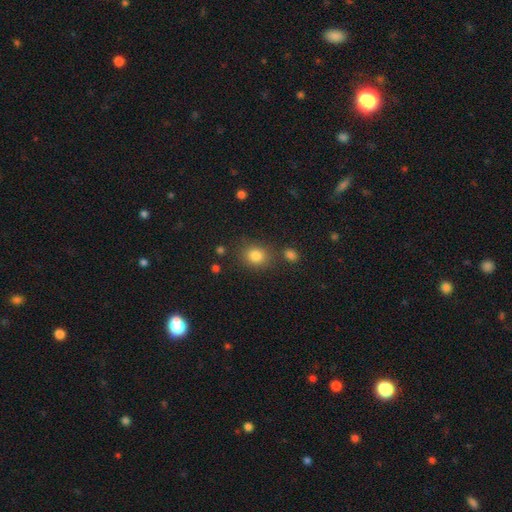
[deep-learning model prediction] smooth 83%, star or artifact 11%, featured or disk 6%. Down the decision tree: how rounded — round (69%); merging — none (78%).